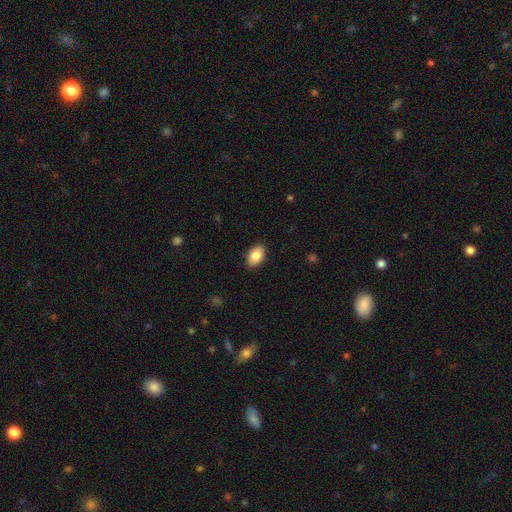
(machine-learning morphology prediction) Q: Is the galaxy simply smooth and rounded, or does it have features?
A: smooth — 86%.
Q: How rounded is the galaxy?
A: in between — 90%.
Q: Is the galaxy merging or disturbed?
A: none — 88%.